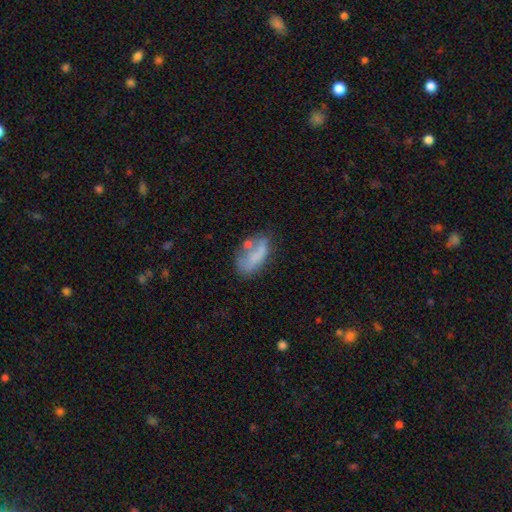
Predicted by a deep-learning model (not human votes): Smooth or featured: smooth — 61% (featured or disk — 29%)
How rounded: in between — 85% (cigar-shaped — 10%)
Merging: none — 38% (minor disturbance — 25%)